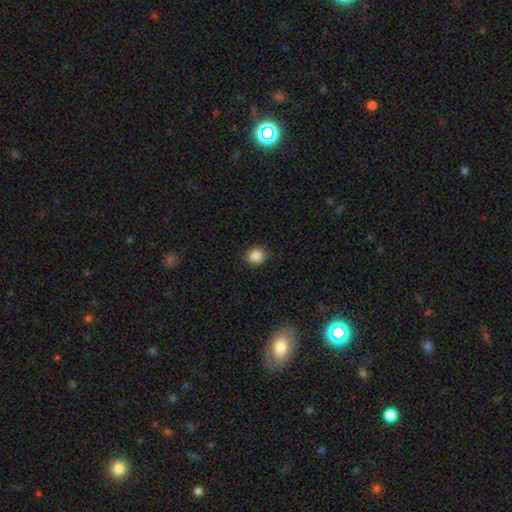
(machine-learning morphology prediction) This appears to be a smooth galaxy with no disk features (87%) that is round (79%). Merging: none (89%).